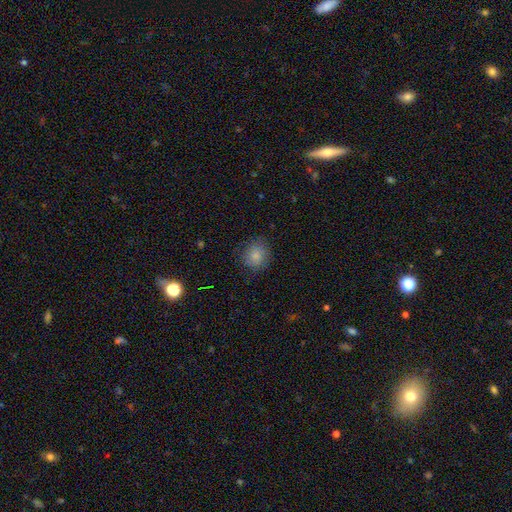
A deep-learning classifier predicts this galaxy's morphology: smooth_or_featured: smooth (p=0.74) [alt: star or artifact p=0.15]
how_rounded: round (p=0.81) [alt: in between p=0.18]
merging: none (p=0.82) [alt: minor disturbance p=0.14]